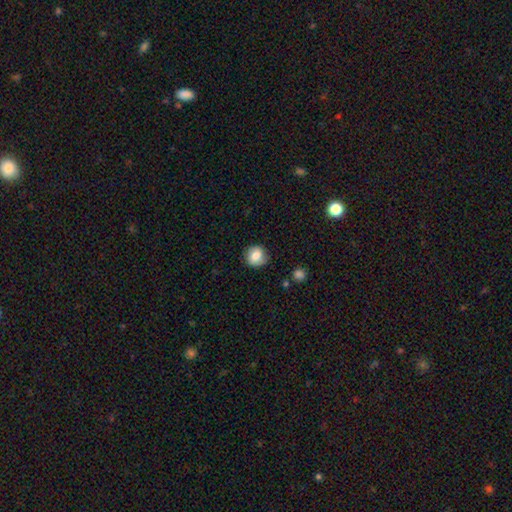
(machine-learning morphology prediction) The model was most divided on "smooth or featured": smooth: 76%, featured or disk: 15%, star or artifact: 9%. More confident: how rounded — round (85%); merging — none (81%).